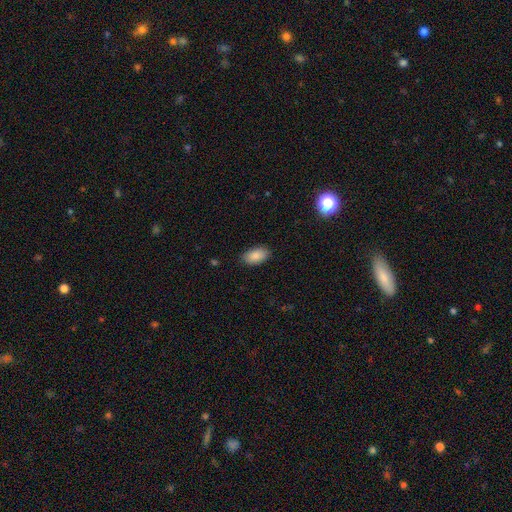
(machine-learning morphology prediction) A smooth galaxy with no disk features (88%) that is in between round and cigar-shaped (94%).

Vote fractions:
- Smooth or featured? smooth: 88% / star or artifact: 7% / featured or disk: 5%
- How rounded? in between: 94% / round: 4% / cigar-shaped: 2%
- Merging? none: 86% / minor disturbance: 10% / major disturbance: 2% / merger: 1%